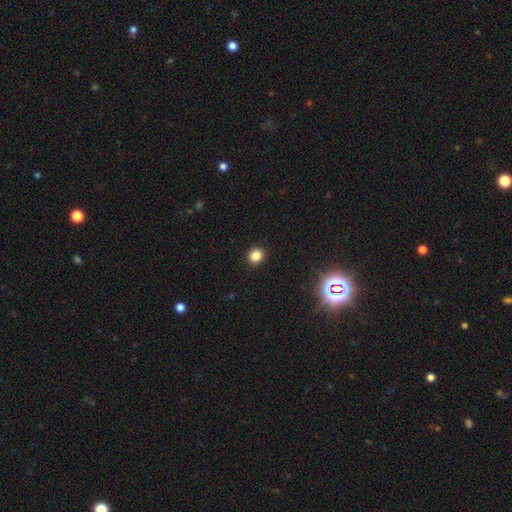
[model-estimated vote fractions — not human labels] Overall: smooth (83%). How rounded: round (89%). Merging: none (93%).